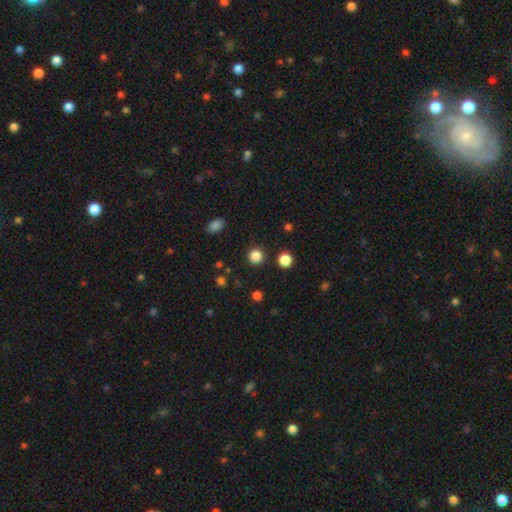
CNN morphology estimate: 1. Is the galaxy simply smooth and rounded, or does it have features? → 84% smooth, 13% star or artifact, 3% featured or disk.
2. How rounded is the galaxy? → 94% round, 5% in between, 1% cigar-shaped.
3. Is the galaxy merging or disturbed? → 91% none, 5% minor disturbance, 2% major disturbance, 2% merger.